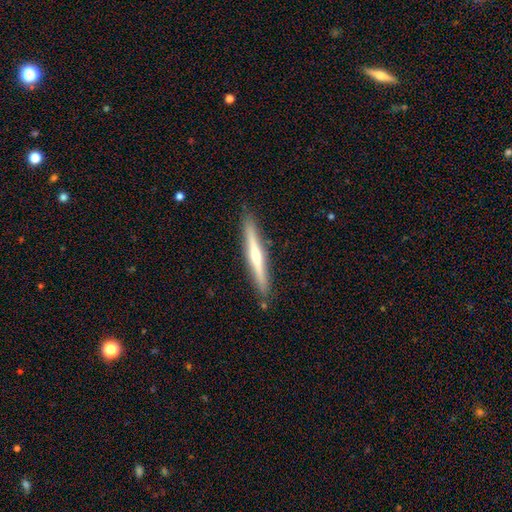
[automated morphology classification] Smooth or featured? Predicted: featured or disk (p=0.61). Edge-on disk? Predicted: yes (p=0.97). Edge-on bulge? Predicted: rounded (p=0.70). Merging? Predicted: none (p=0.89).